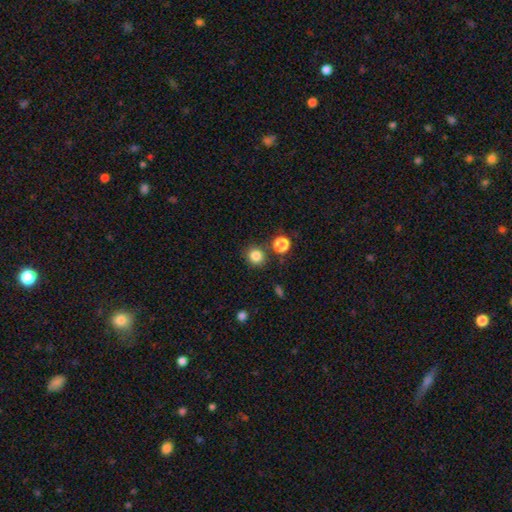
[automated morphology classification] type=smooth (83%); roundness=round (85%); merging=none (82%).